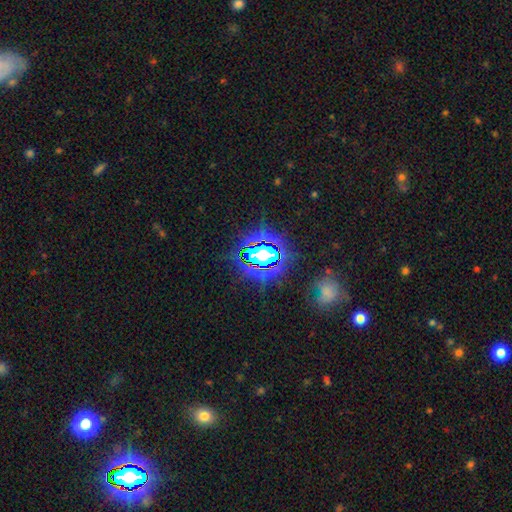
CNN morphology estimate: This is likely a star or artifact rather than a galaxy (75%).